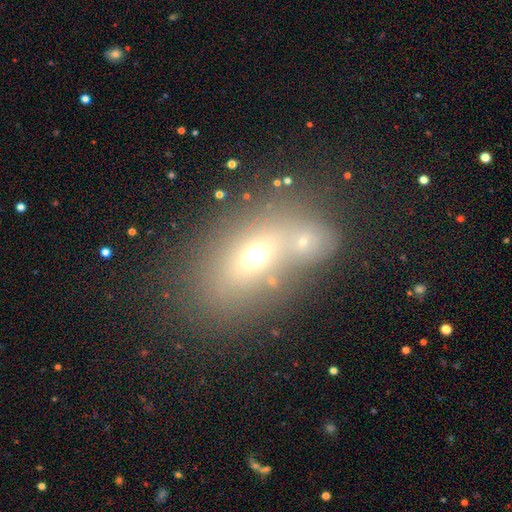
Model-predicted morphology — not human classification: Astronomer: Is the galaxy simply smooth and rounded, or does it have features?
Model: smooth — 57%.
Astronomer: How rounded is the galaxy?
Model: in between — 71%.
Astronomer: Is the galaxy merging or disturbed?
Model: merger — 43% (runner-up: none, 39%).